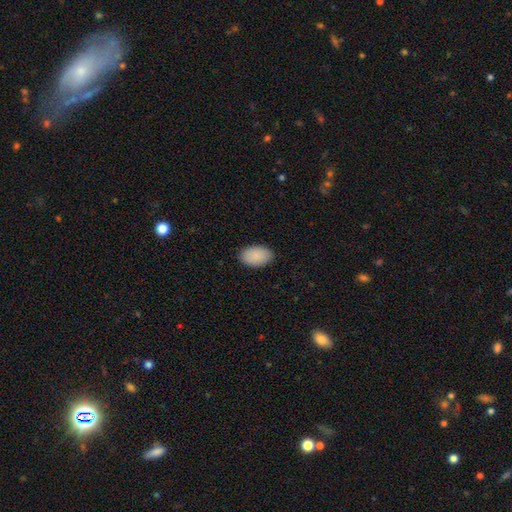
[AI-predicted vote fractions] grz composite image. It shows a smooth galaxy with no disk features (91%) that is in between round and cigar-shaped (94%). Merging: none (88%).